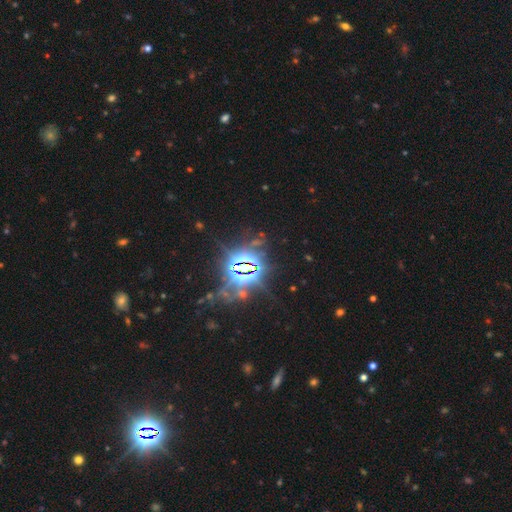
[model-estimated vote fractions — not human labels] A star or artifact, not a galaxy (86%).